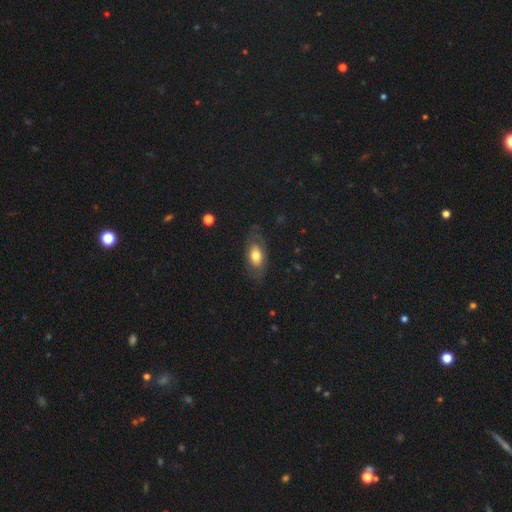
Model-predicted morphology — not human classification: smooth-or-featured: smooth: 61% | featured or disk: 32% | star or artifact: 7%
  how-rounded: in between: 87% | round: 7% | cigar-shaped: 6%
  merging: none: 73% | minor disturbance: 18% | major disturbance: 8% | merger: 1%